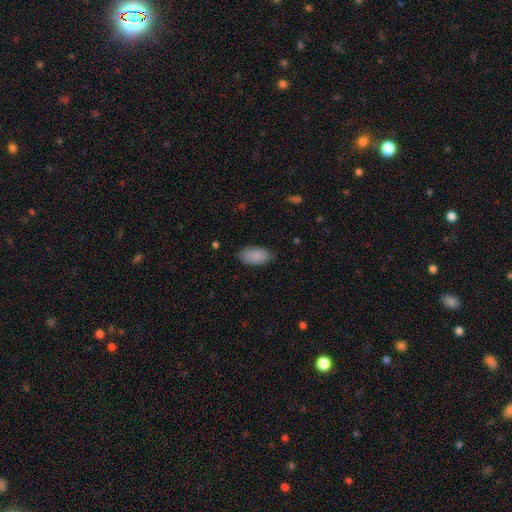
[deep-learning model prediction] A smooth galaxy with no disk features (89%) that is in between round and cigar-shaped (94%).

Vote fractions:
- Smooth or featured? smooth: 89% / star or artifact: 7% / featured or disk: 5%
- How rounded? in between: 94% / cigar-shaped: 3% / round: 3%
- Merging? none: 83% / minor disturbance: 13% / major disturbance: 3% / merger: 1%